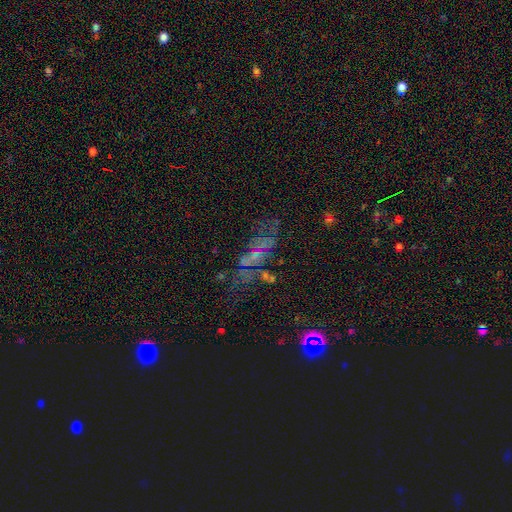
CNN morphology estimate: Q: Smooth or featured?
A: featured or disk (45%); runner-up: star or artifact (30%)
Q: Merging?
A: none (54%); runner-up: minor disturbance (20%)